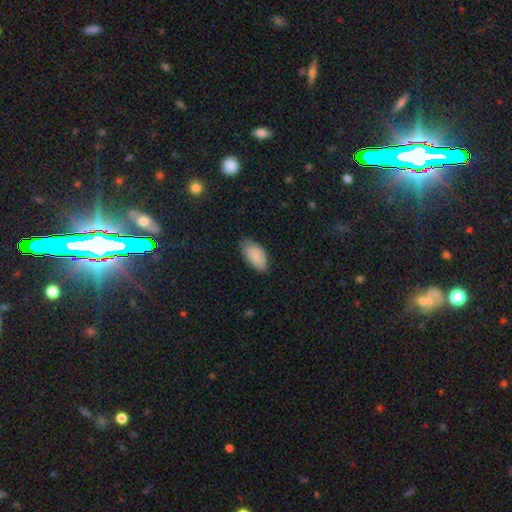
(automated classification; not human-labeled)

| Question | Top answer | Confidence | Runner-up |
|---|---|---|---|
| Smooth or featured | smooth | 88% | featured or disk (6%) |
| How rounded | in between | 95% | cigar-shaped (3%) |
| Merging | none | 73% | minor disturbance (22%) |